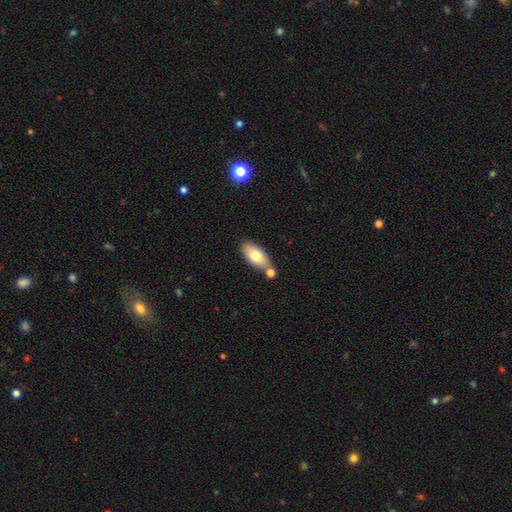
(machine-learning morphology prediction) Smooth or featured? smooth (74%)
How rounded? in between (89%)
Merging? none (68%)